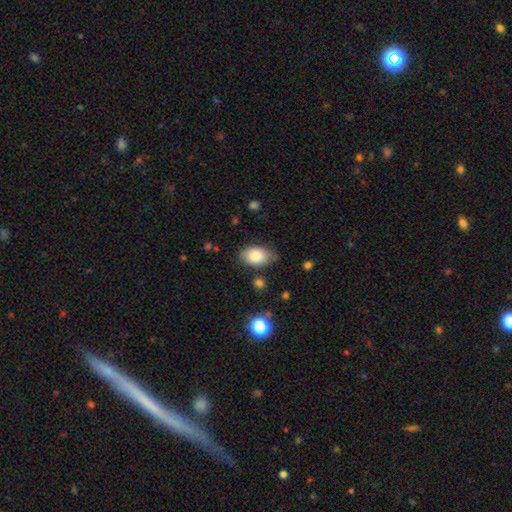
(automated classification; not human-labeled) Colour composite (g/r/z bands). It shows a smooth galaxy with no disk features (82%) that is in between round and cigar-shaped (87%). Merging: none (75%).